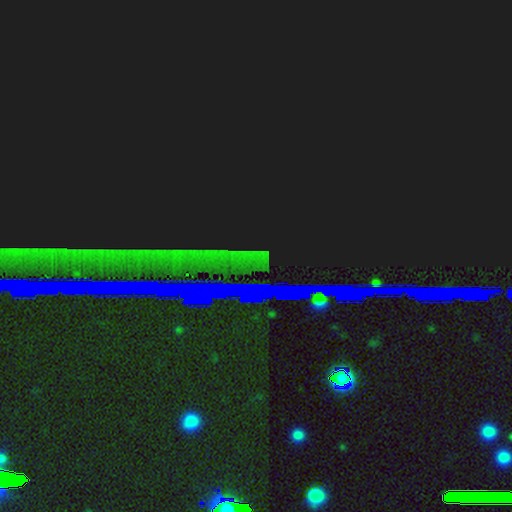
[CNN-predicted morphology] This is clearly a star or artifact rather than a galaxy (84%).